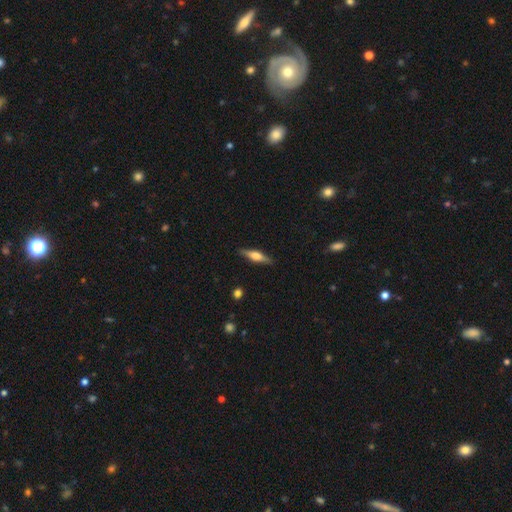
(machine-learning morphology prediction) smooth_or_featured: featured or disk (p=0.57) [alt: smooth p=0.37]
disk_edge_on: yes (p=0.96) [alt: no p=0.04]
edge_on_bulge: rounded (p=0.82) [alt: boxy p=0.14]
merging: none (p=0.88) [alt: minor disturbance p=0.09]